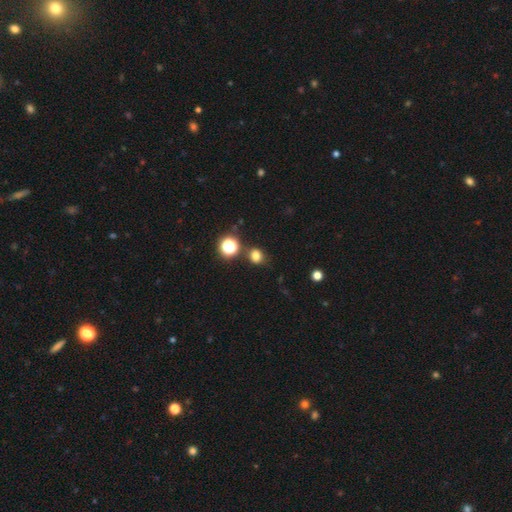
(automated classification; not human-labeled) smooth 77%, star or artifact 18%, featured or disk 5%. Down the decision tree: how rounded — round (68%); merging — none (77%).